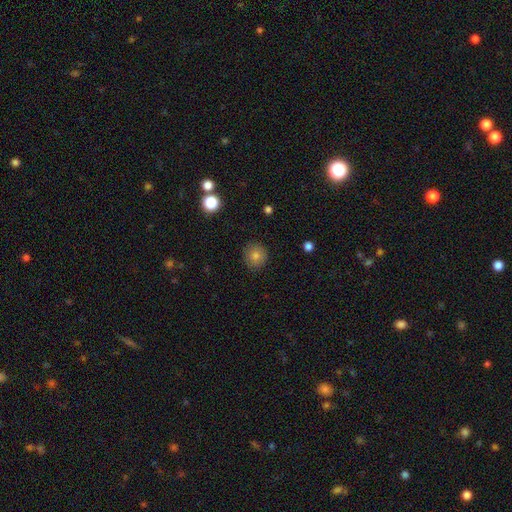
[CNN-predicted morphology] Smooth or featured? smooth (79%)
How rounded? round (91%)
Merging? none (88%)